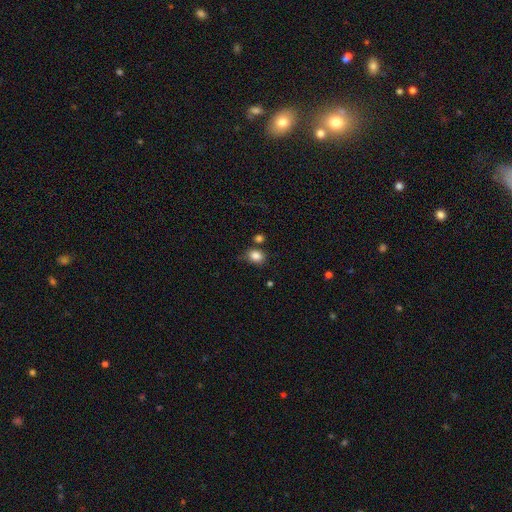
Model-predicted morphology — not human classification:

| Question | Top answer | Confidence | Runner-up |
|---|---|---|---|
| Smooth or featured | smooth | 85% | star or artifact (10%) |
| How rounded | in between | 51% | round (48%) |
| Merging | none | 67% | minor disturbance (19%) |